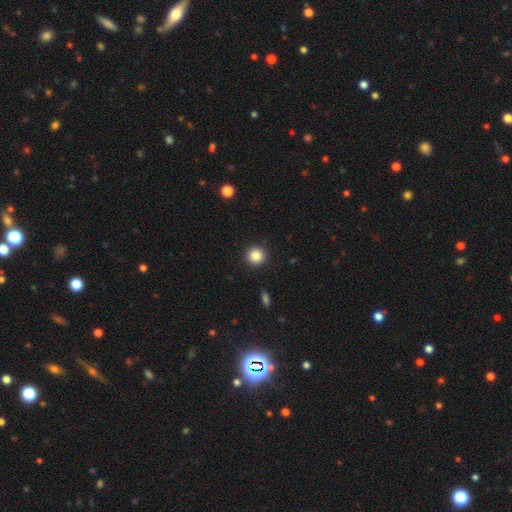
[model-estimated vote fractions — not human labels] Morphology: type=smooth (84%); roundness=round (95%); merging=none (92%).